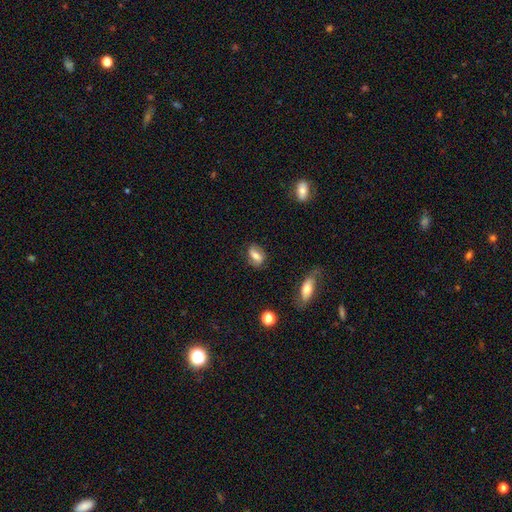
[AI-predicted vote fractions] This is likely a smooth galaxy (63%). How rounded: clearly in between (81%). Merging: likely none (78%).